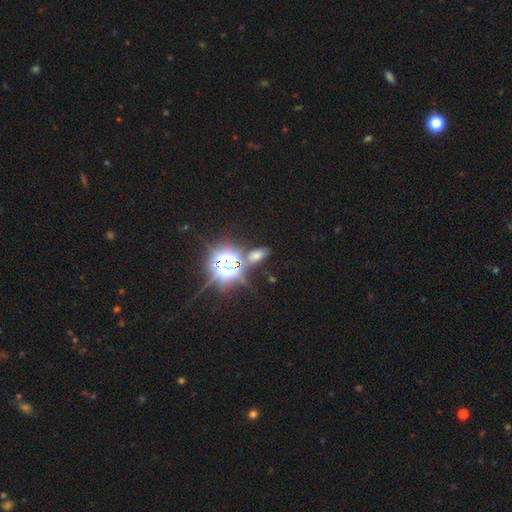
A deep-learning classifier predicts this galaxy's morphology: Overall: smooth (47%; star or artifact 42%). Merging: none (75%).